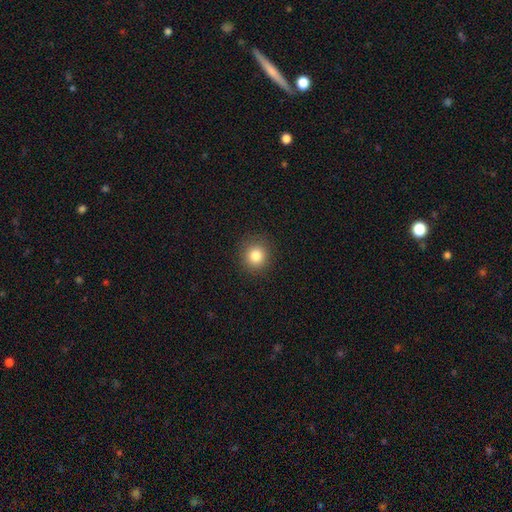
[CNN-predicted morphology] The model was most divided on "smooth or featured": smooth: 83%, star or artifact: 11%, featured or disk: 6%. More confident: how rounded — round (91%); merging — none (91%).